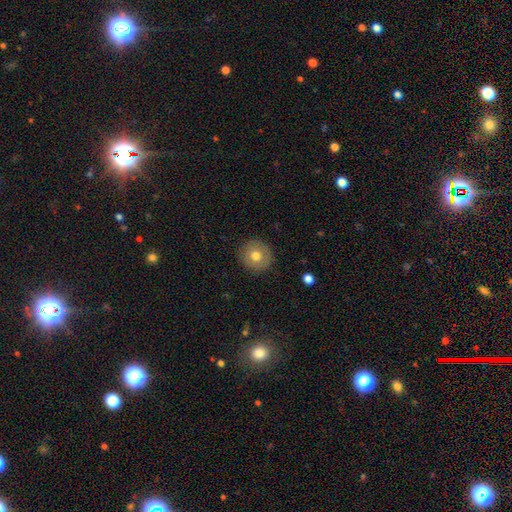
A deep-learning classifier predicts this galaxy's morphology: This appears to be a smooth galaxy with no disk features (71%) that is round (93%). Merging: none (89%).